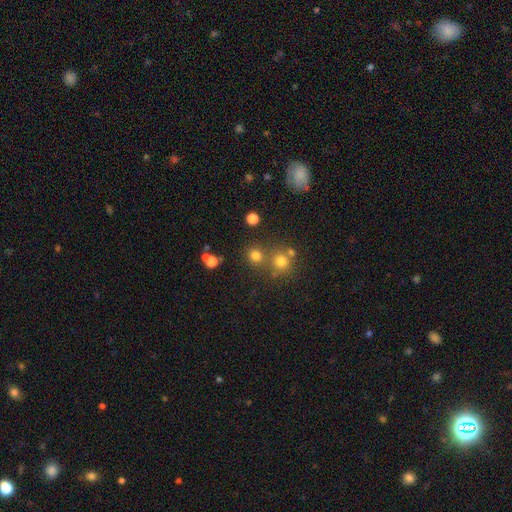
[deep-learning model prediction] The model was most divided on "merging": none: 70%, merger: 20%, minor disturbance: 7%, major disturbance: 3%. More confident: how rounded — round (89%); smooth or featured — smooth (75%).